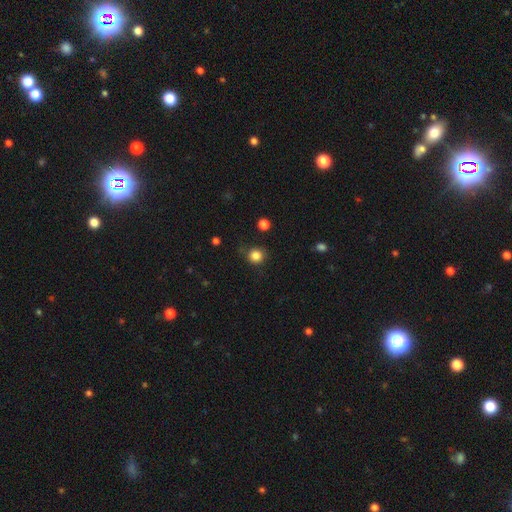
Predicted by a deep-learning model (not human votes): Overall: smooth (84%). How rounded: round (91%). Merging: none (81%).